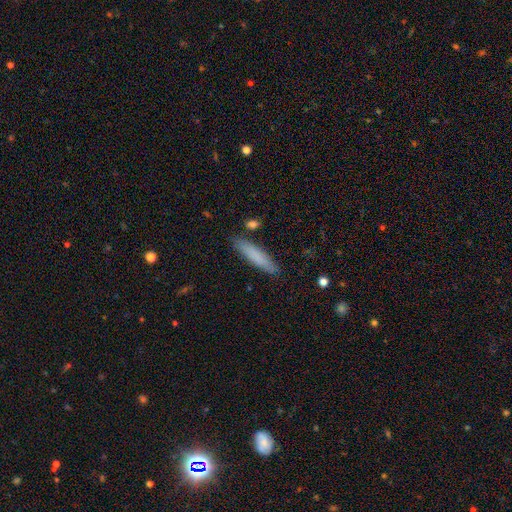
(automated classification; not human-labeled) This appears to be a smooth galaxy with no disk features (80%) that is cigar-shaped (84%). Merging: none (87%).